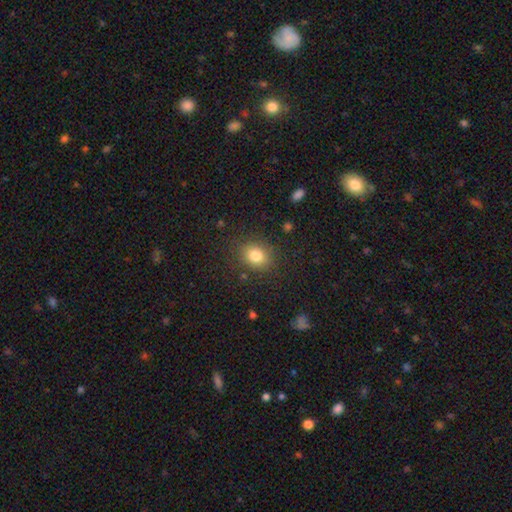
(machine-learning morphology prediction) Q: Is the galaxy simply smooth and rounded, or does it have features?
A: smooth — 81%.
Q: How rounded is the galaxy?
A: round — 59%.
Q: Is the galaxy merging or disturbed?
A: none — 85%.